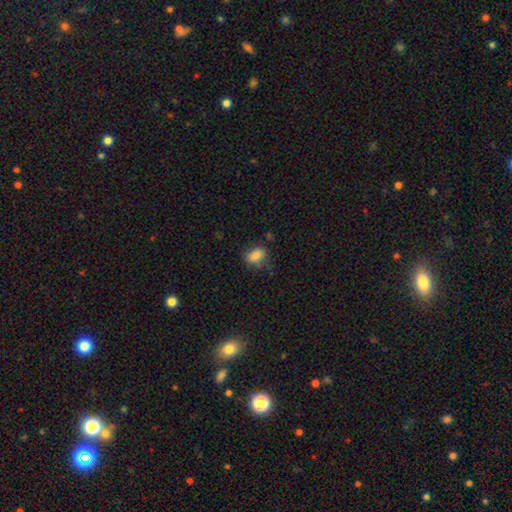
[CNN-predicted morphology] This is clearly a smooth galaxy (82%). How rounded: likely in between (79%). Merging: likely none (63%).